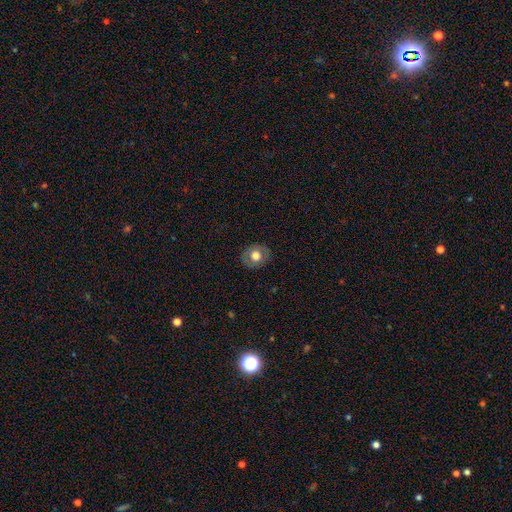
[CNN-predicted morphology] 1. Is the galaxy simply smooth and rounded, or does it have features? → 61% smooth, 31% featured or disk, 8% star or artifact.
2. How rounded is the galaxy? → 68% round, 31% in between, 1% cigar-shaped.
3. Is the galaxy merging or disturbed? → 85% none, 11% minor disturbance, 3% major disturbance, 1% merger.